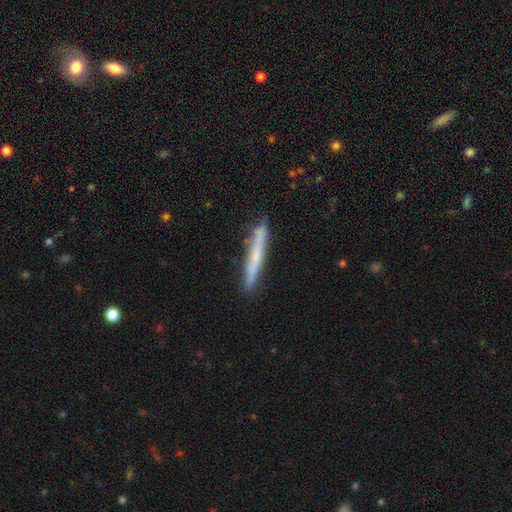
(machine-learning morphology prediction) type=featured or disk (48%); merging=none (87%).